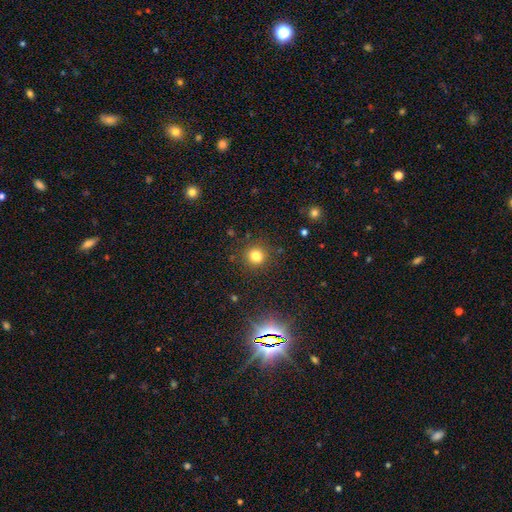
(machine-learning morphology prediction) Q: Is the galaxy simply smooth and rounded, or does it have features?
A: smooth — 78%.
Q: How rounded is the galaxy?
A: round — 87%.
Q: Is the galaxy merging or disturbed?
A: none — 86%.